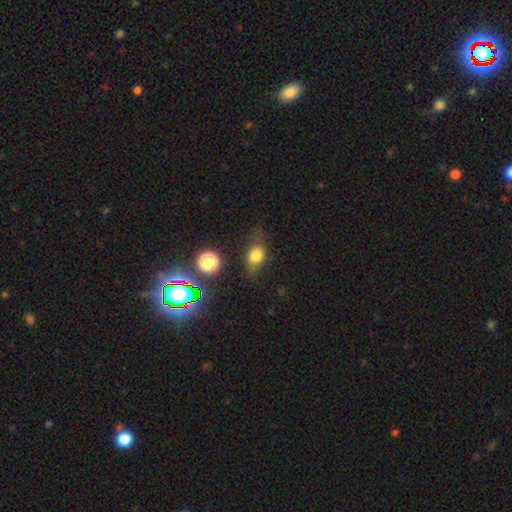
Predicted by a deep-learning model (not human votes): The model was most divided on "how rounded": in between: 65%, round: 32%, cigar-shaped: 3%. More confident: smooth or featured — smooth (75%); merging — none (67%).